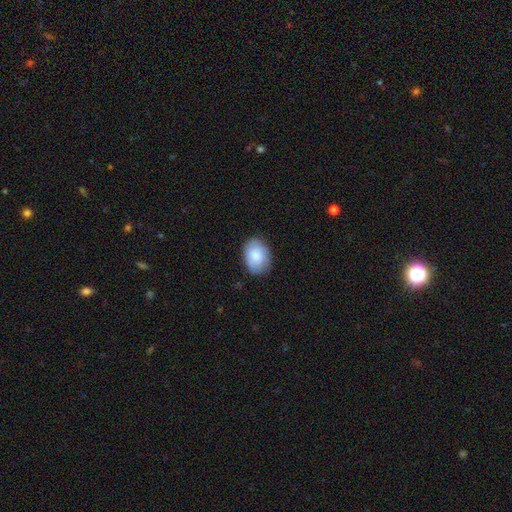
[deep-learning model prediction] Smooth or featured: smooth — 75% (featured or disk — 18%)
How rounded: in between — 70% (round — 29%)
Merging: none — 78% (minor disturbance — 17%)